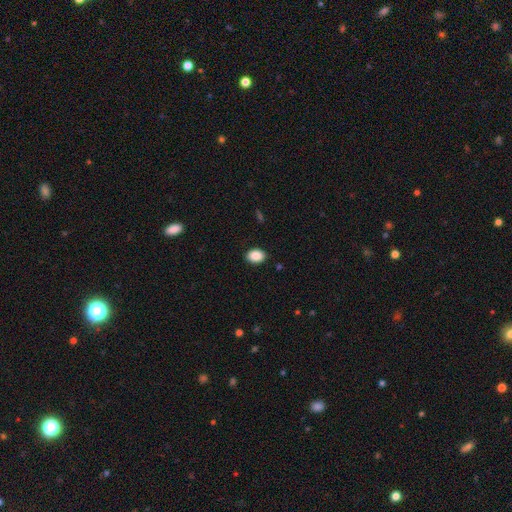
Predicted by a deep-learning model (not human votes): A smooth galaxy with no disk features (89%) that is in between round and cigar-shaped (74%).

Vote fractions:
- Smooth or featured? smooth: 89% / star or artifact: 8% / featured or disk: 3%
- How rounded? in between: 74% / round: 25% / cigar-shaped: 1%
- Merging? none: 89% / minor disturbance: 8% / major disturbance: 2% / merger: 1%